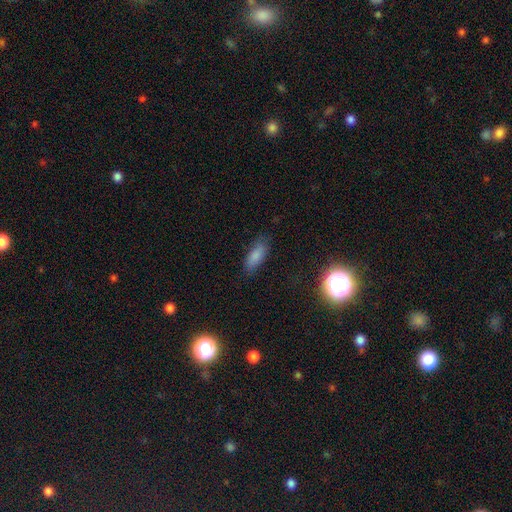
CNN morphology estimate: Smooth or featured? Predicted: smooth (p=0.84). How rounded? Predicted: in between (p=0.77). Merging? Predicted: none (p=0.79).